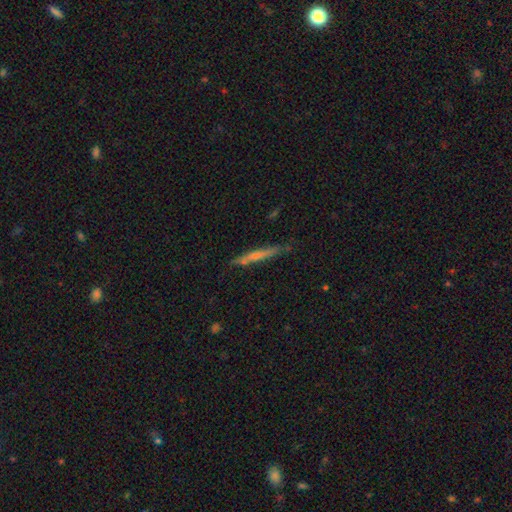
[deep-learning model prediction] smooth-or-featured: smooth: 51% | featured or disk: 43% | star or artifact: 7%
  how-rounded: cigar-shaped: 95% | in between: 4% | round: 2%
  merging: none: 80% | minor disturbance: 15% | merger: 3% | major disturbance: 3%